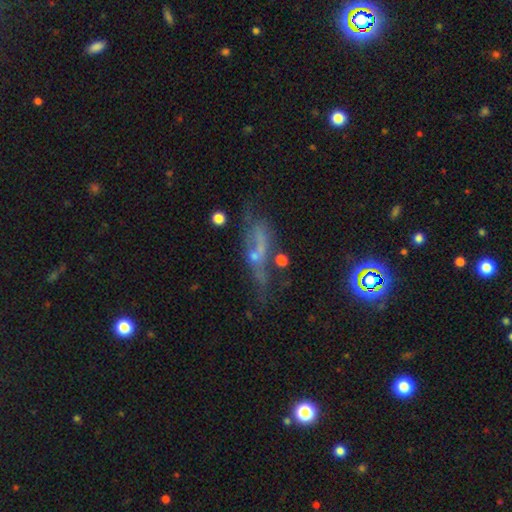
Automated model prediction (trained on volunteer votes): A featured or disk galaxy (52%). Merging: none (36%).